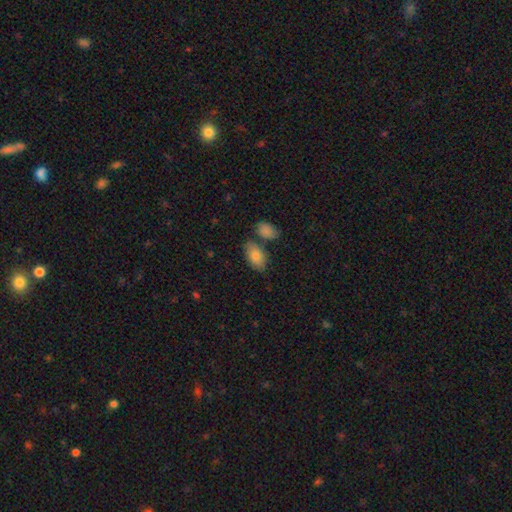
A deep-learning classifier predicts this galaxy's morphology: type=smooth (80%); roundness=in between (92%); merging=none (67%).